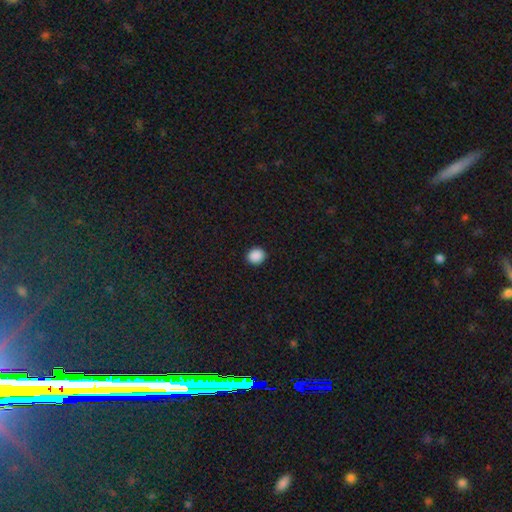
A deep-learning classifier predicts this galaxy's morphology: smooth_or_featured: smooth (p=0.89) [alt: star or artifact p=0.09]
how_rounded: round (p=0.81) [alt: in between p=0.19]
merging: none (p=0.92) [alt: minor disturbance p=0.05]